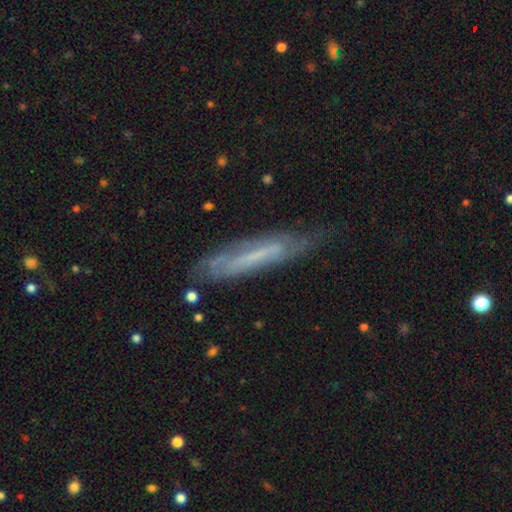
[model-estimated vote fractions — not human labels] This is possibly a featured or disk galaxy (55%). It is likely viewed edge-on (60%). Merging: likely none (65%).